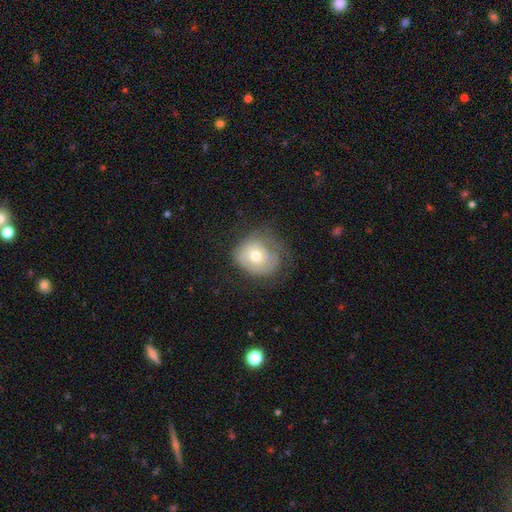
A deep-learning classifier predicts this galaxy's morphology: Smooth or featured: smooth — 53% (featured or disk — 38%)
How rounded: round — 68% (in between — 31%)
Merging: none — 53% (minor disturbance — 28%)